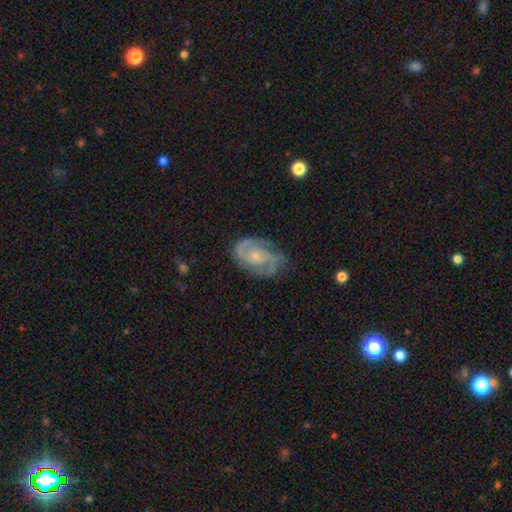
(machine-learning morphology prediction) Smooth or featured: featured or disk — 87% (smooth — 8%)
Edge-on disk: no — 97% (yes — 3%)
Bar: no — 62% (weak — 31%)
Spiral arms: yes — 97% (no — 3%)
Spiral winding: medium — 48% (tight — 42%)
Spiral arm count: 2 — 71% (3 — 14%)
Bulge size: small — 62% (moderate — 29%)
Merging: none — 72% (minor disturbance — 20%)